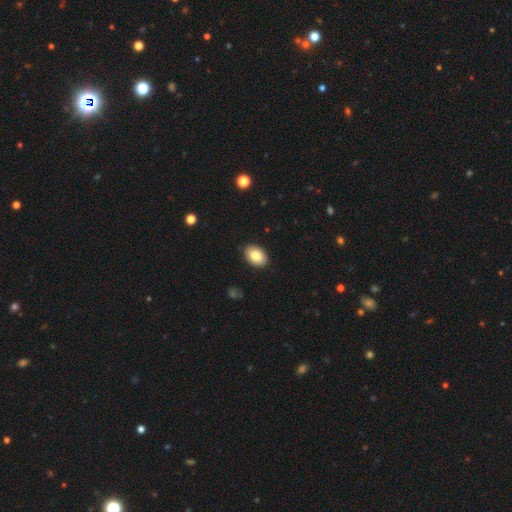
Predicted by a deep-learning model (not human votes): The model was most divided on "how rounded": in between: 86%, round: 13%, cigar-shaped: 1%. More confident: merging — none (89%); smooth or featured — smooth (85%).